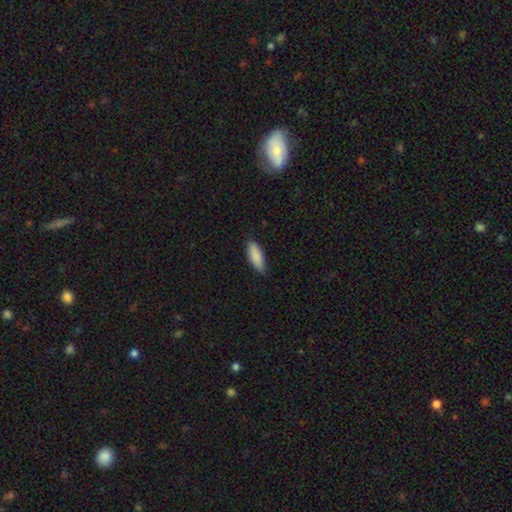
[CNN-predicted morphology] smooth 89%, star or artifact 6%, featured or disk 6%. Down the decision tree: how rounded — in between (68%); merging — none (84%).